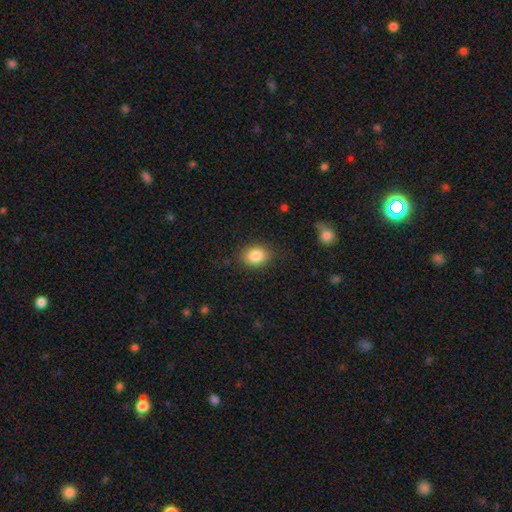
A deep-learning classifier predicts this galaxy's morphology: Q: Smooth or featured?
A: smooth (85%); runner-up: star or artifact (9%)
Q: How rounded?
A: in between (61%); runner-up: round (38%)
Q: Merging?
A: none (84%); runner-up: minor disturbance (11%)